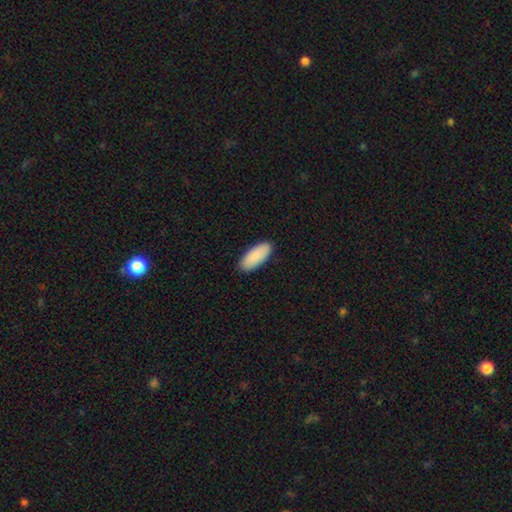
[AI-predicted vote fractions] Smooth or featured? Predicted: smooth (p=0.91). How rounded? Predicted: in between (p=0.84). Merging? Predicted: none (p=0.89).